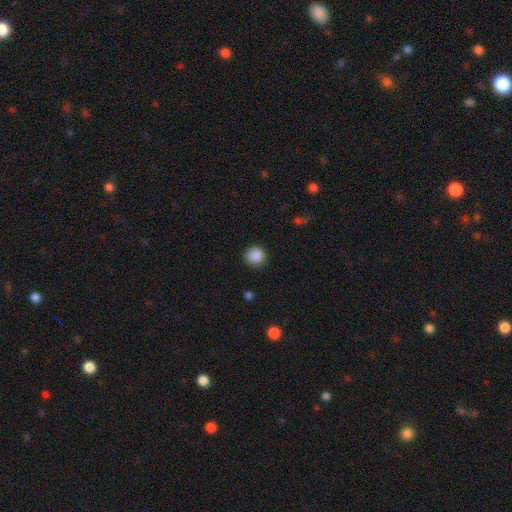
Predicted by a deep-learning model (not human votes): A smooth galaxy with no disk features (88%) that is round (92%). Merging: none (88%).